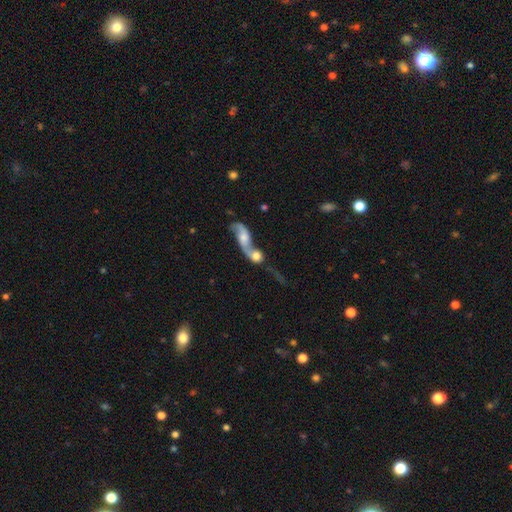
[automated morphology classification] smooth_or_featured: featured or disk (p=0.50) [alt: smooth p=0.41]
merging: merger (p=0.76) [alt: none p=0.13]